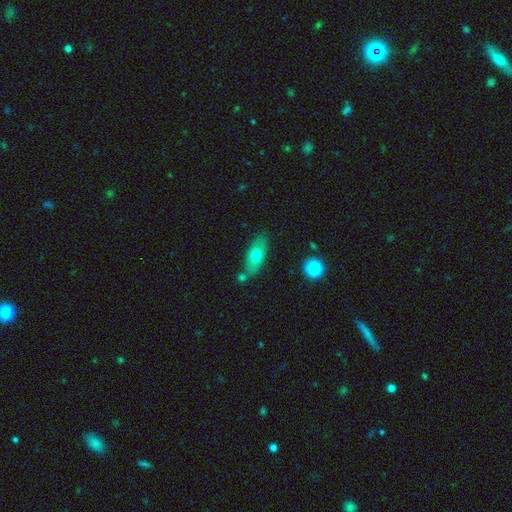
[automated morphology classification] A smooth galaxy with no disk features (68%) that is in between round and cigar-shaped (79%). Merging: none (68%).